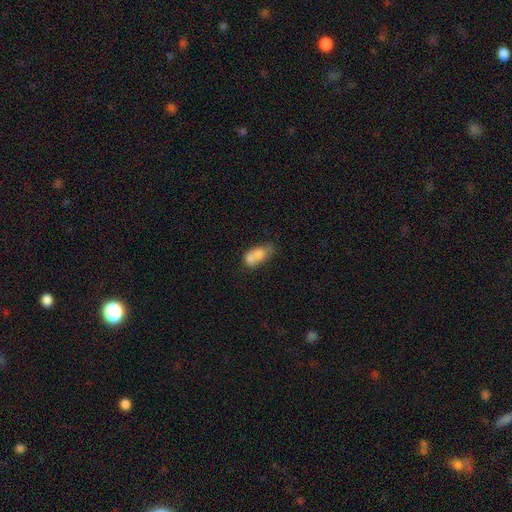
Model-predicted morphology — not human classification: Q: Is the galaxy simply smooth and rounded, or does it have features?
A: smooth — 71%.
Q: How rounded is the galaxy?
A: in between — 82%.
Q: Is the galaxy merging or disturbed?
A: merger — 53%.